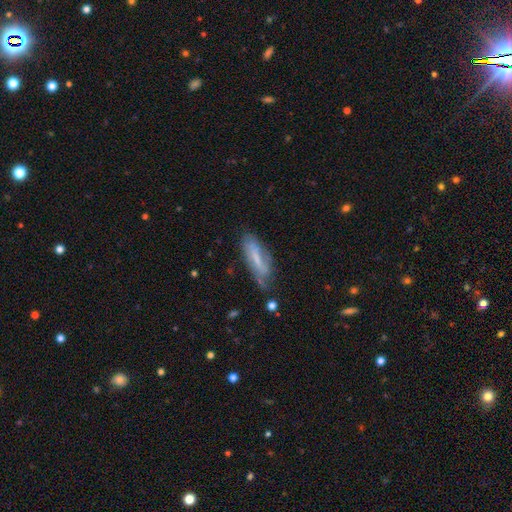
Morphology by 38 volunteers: smooth_or_featured: featured or disk (p=0.55) [alt: smooth p=0.45]
disk_edge_on: no (p=0.90) [alt: yes p=0.10]
bar: weak (p=0.42) [alt: strong p=0.32]
has_spiral_arms: no (p=0.53) [alt: yes p=0.47]
bulge_size: small (p=0.47) [alt: moderate p=0.32]
merging: minor disturbance (p=0.50) [alt: none p=0.42]